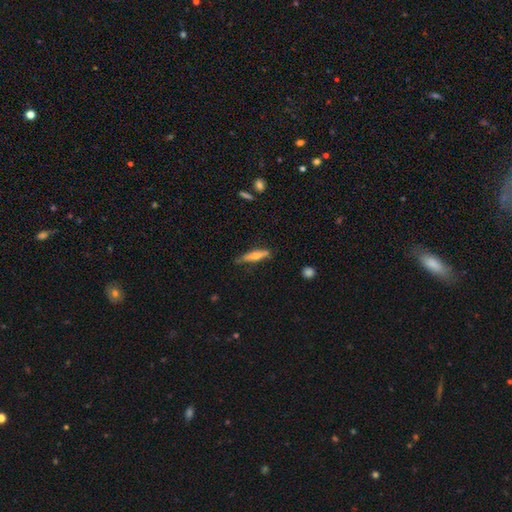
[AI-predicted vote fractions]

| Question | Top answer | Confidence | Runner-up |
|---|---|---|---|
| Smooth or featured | smooth | 61% | featured or disk (33%) |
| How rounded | cigar-shaped | 80% | in between (18%) |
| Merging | none | 71% | minor disturbance (22%) |